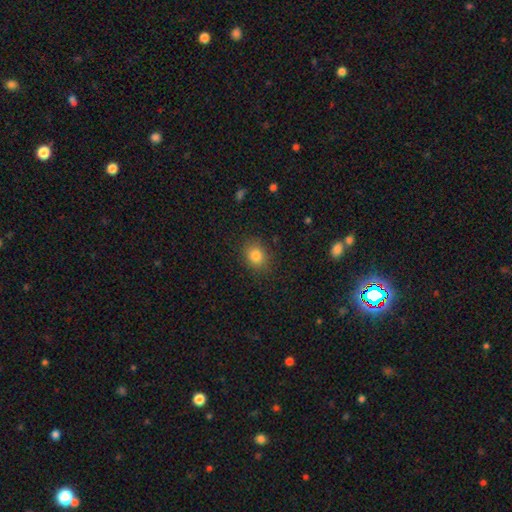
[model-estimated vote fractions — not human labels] smooth_or_featured: smooth (p=0.82) [alt: star or artifact p=0.12]
how_rounded: round (p=0.59) [alt: in between p=0.40]
merging: none (p=0.86) [alt: minor disturbance p=0.10]